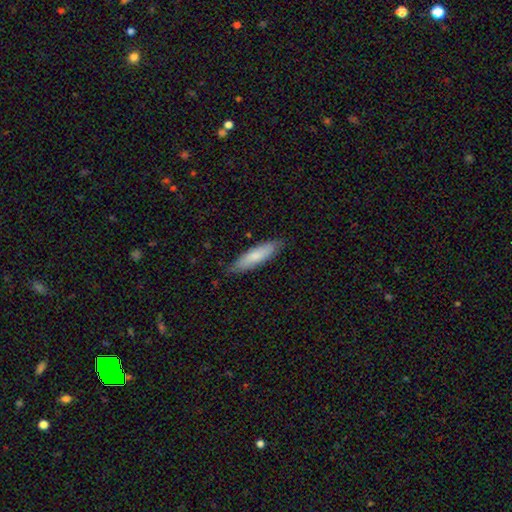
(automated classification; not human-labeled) smooth_or_featured: smooth (p=0.76) [alt: featured or disk p=0.19]
how_rounded: cigar-shaped (p=0.67) [alt: in between p=0.32]
merging: none (p=0.84) [alt: minor disturbance p=0.13]